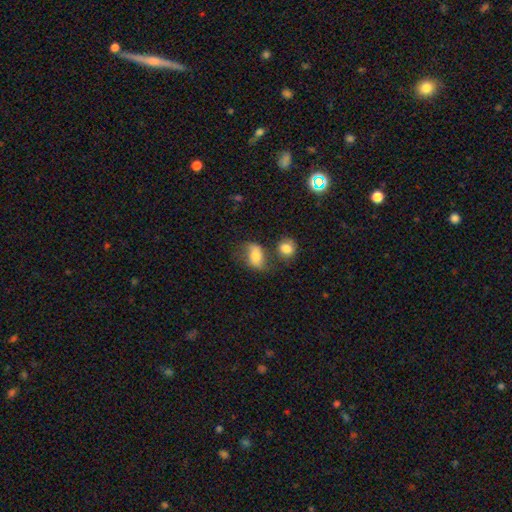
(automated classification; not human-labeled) The model was most divided on "merging": none: 52%, minor disturbance: 22%, merger: 16%, major disturbance: 10%. More confident: how rounded — in between (80%); smooth or featured — smooth (61%).